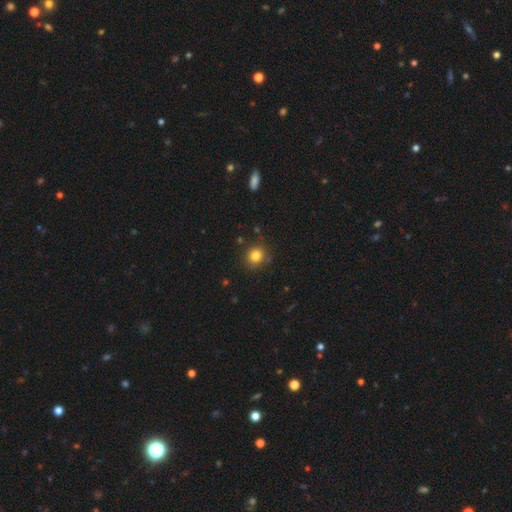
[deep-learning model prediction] Smooth or featured? smooth (82%)
How rounded? round (83%)
Merging? none (83%)